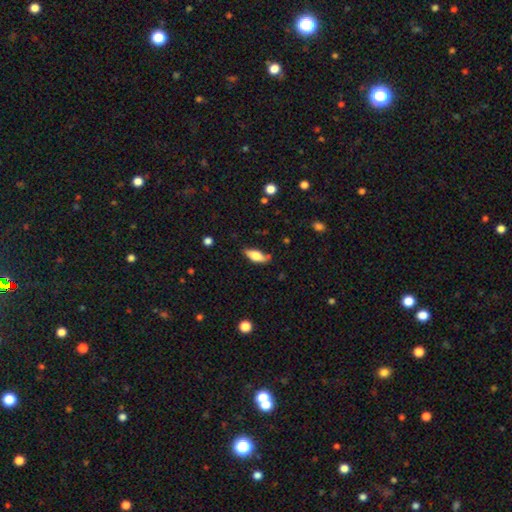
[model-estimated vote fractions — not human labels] Overall: smooth (65%; featured or disk 28%). How rounded: in between (75%). Merging: none (68%).